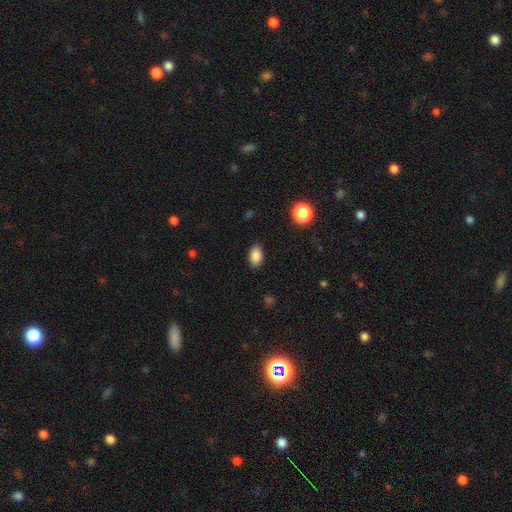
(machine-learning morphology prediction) Q: Smooth or featured?
A: smooth (87%); runner-up: star or artifact (9%)
Q: How rounded?
A: in between (91%); runner-up: round (8%)
Q: Merging?
A: none (87%); runner-up: minor disturbance (9%)